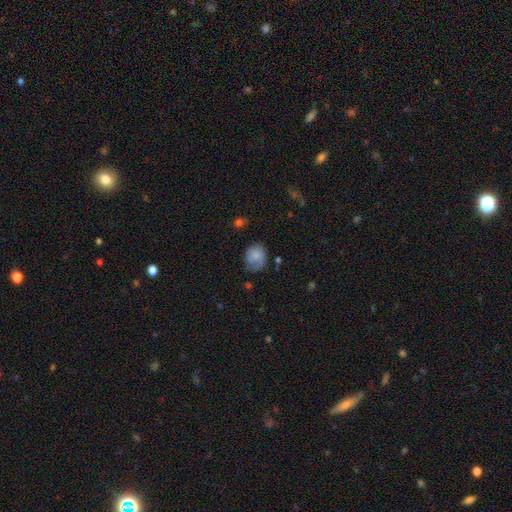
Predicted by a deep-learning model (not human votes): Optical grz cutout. It shows a smooth galaxy with no disk features (68%) that is round (60%). Merging: none (51%).